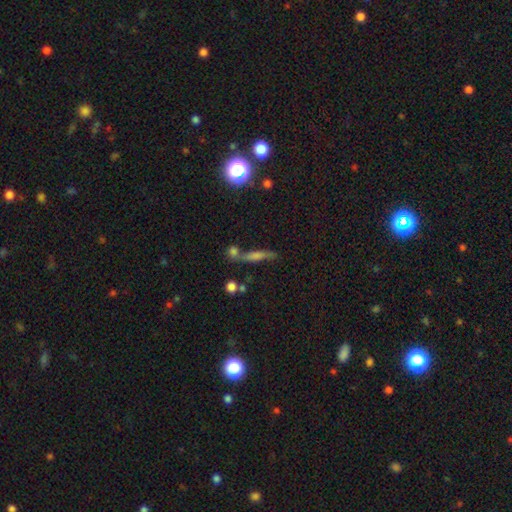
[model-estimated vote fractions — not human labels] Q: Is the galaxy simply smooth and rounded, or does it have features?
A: featured or disk — 49%.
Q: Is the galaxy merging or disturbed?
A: none — 68%.